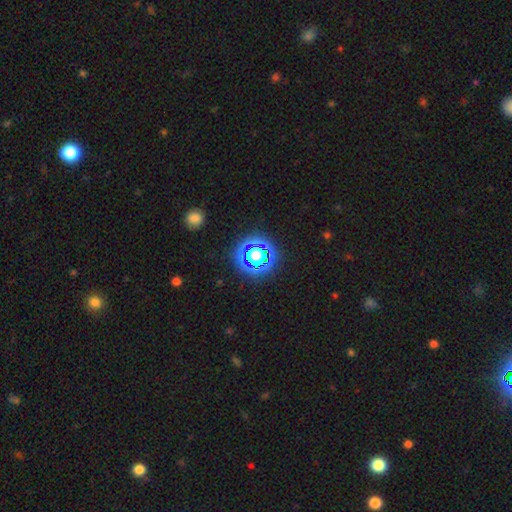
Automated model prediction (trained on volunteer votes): This is possibly a star or artifact rather than a galaxy (60%).